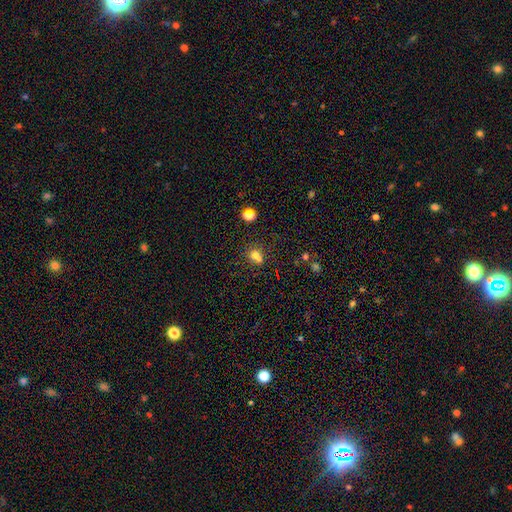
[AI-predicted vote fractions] Smooth or featured?
  - smooth: 69% *
  - star or artifact: 18%
  - featured or disk: 12%
How rounded?
  - round: 69% *
  - in between: 29%
  - cigar-shaped: 1%
Merging?
  - none: 45% *
  - merger: 38%
  - minor disturbance: 12%
  - major disturbance: 5%